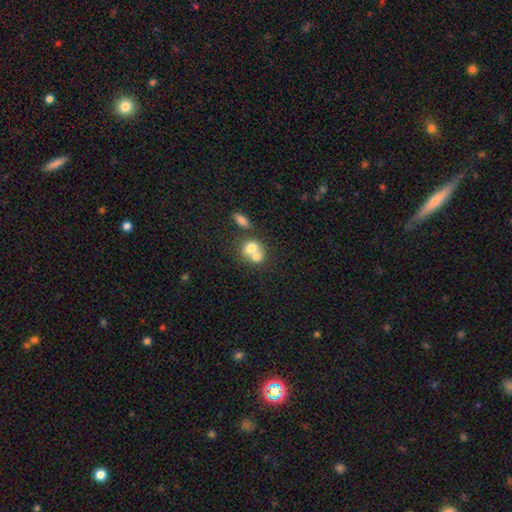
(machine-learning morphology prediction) Q: Smooth or featured?
A: smooth (63%); runner-up: featured or disk (21%)
Q: How rounded?
A: round (69%); runner-up: in between (30%)
Q: Merging?
A: merger (60%); runner-up: none (31%)